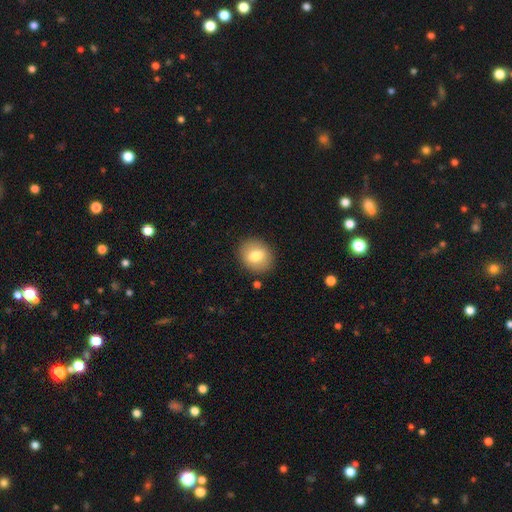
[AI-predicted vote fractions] A smooth galaxy with no disk features (74%) that is round (62%).

Vote fractions:
- Smooth or featured? smooth: 74% / featured or disk: 18% / star or artifact: 8%
- How rounded? round: 62% / in between: 37% / cigar-shaped: 1%
- Merging? none: 87% / minor disturbance: 8% / major disturbance: 3% / merger: 2%